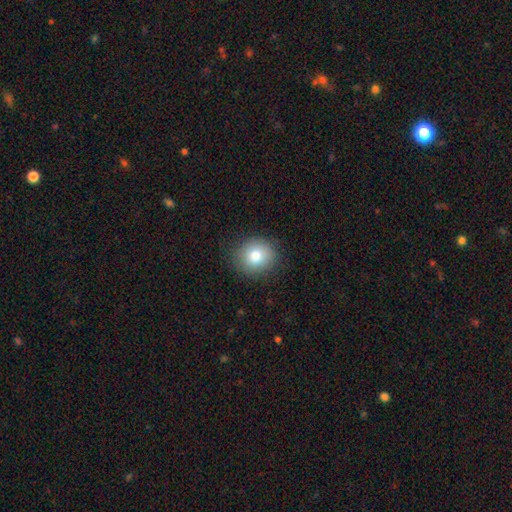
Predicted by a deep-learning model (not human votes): This appears to be a smooth galaxy with no disk features (81%) that is round (77%). Merging: none (87%).